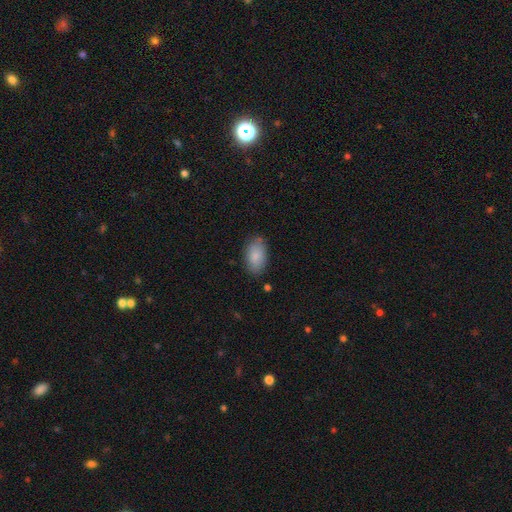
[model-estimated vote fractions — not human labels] smooth 86%, featured or disk 8%, star or artifact 6%. Down the decision tree: how rounded — in between (93%); merging — none (79%).